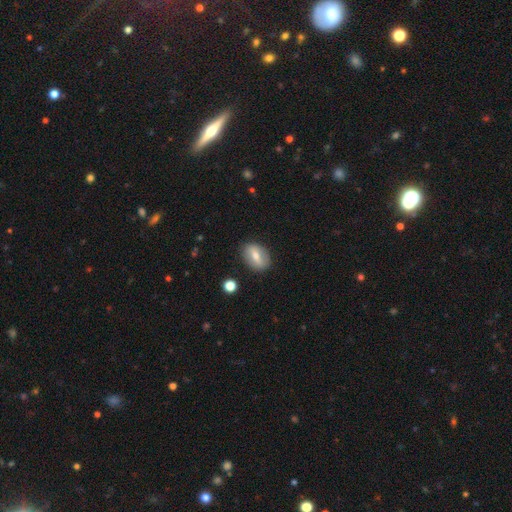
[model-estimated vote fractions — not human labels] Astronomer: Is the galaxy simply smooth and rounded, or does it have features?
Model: smooth — 57% (runner-up: featured or disk, 35%).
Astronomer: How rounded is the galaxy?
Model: in between — 79%.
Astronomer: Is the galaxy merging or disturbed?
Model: none — 86%.